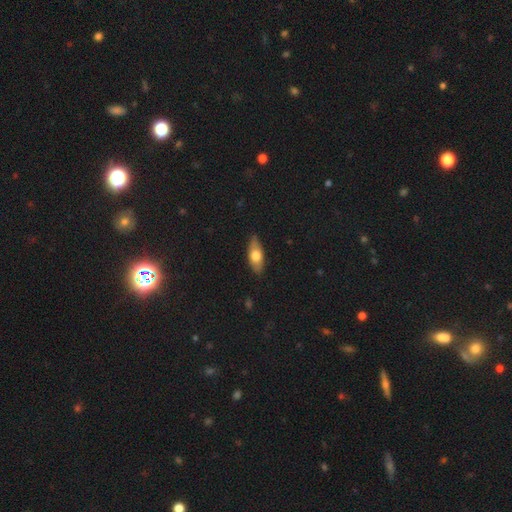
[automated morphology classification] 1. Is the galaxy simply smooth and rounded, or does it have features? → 66% smooth, 28% featured or disk, 6% star or artifact.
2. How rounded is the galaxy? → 78% in between, 18% cigar-shaped, 4% round.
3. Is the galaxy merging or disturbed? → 83% none, 14% minor disturbance, 2% major disturbance, 1% merger.